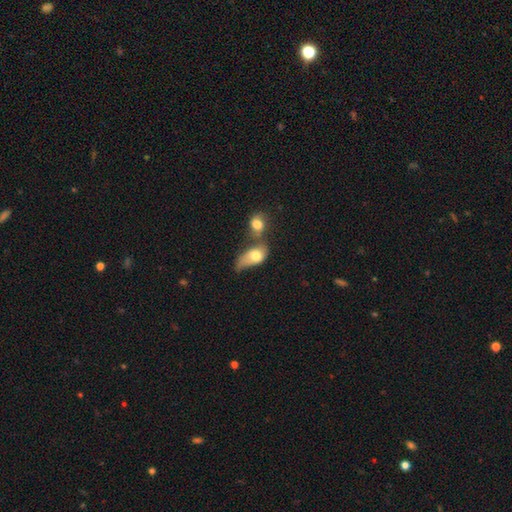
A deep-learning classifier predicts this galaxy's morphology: smooth 71%, featured or disk 21%, star or artifact 8%. Down the decision tree: how rounded — in between (75%); merging — merger (57%).